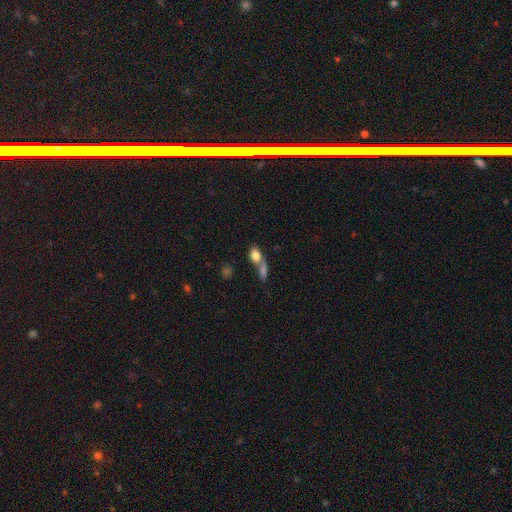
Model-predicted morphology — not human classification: The model was most divided on "merging": merger: 55%, none: 31%, minor disturbance: 8%, major disturbance: 6%. More confident: smooth or featured — smooth (80%); how rounded — in between (79%).